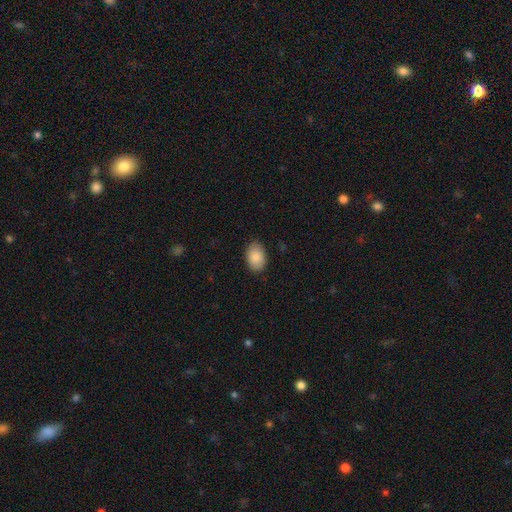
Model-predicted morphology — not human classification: Smooth or featured: smooth — 88% (star or artifact — 7%)
How rounded: in between — 87% (round — 12%)
Merging: none — 86% (minor disturbance — 11%)